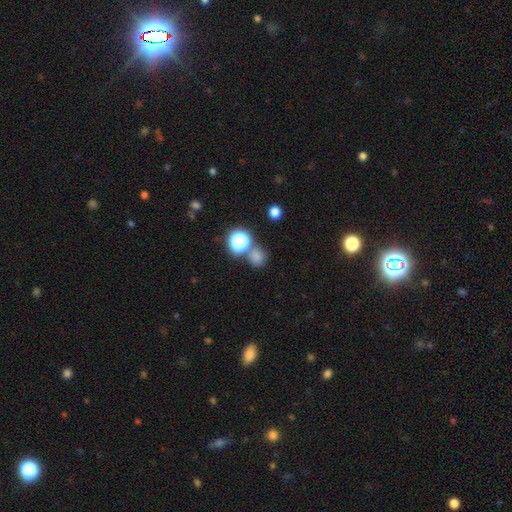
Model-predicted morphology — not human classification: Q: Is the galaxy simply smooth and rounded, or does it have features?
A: smooth — 71%.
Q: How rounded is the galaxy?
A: round — 84%.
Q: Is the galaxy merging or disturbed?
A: none — 66%.